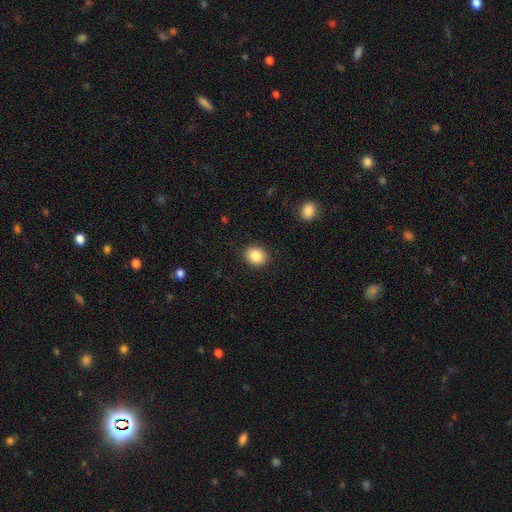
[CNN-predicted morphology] smooth-or-featured: smooth: 87% | star or artifact: 9% | featured or disk: 5%
  how-rounded: round: 70% | in between: 29% | cigar-shaped: 1%
  merging: none: 90% | minor disturbance: 7% | major disturbance: 2% | merger: 1%